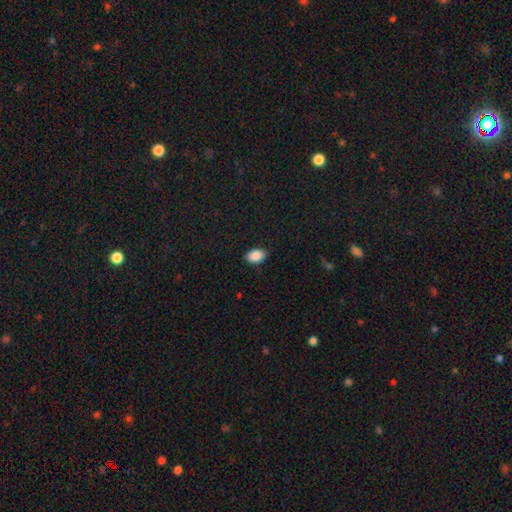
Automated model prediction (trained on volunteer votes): smooth 89%, star or artifact 7%, featured or disk 4%. Down the decision tree: how rounded — in between (88%); merging — none (87%).